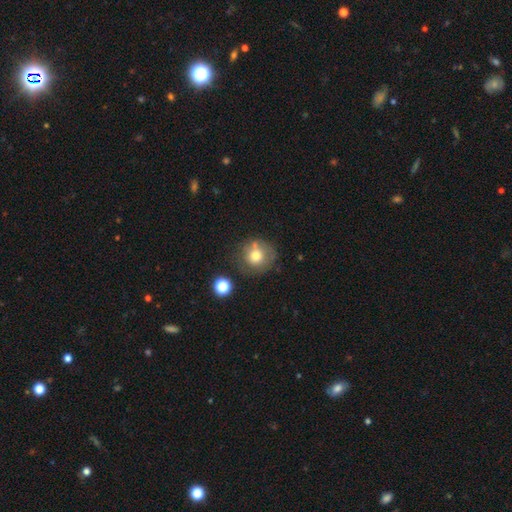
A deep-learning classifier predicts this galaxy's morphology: smooth-or-featured: smooth: 71% | featured or disk: 18% | star or artifact: 11%
  how-rounded: round: 88% | in between: 12% | cigar-shaped: 1%
  merging: none: 59% | minor disturbance: 21% | merger: 11% | major disturbance: 9%